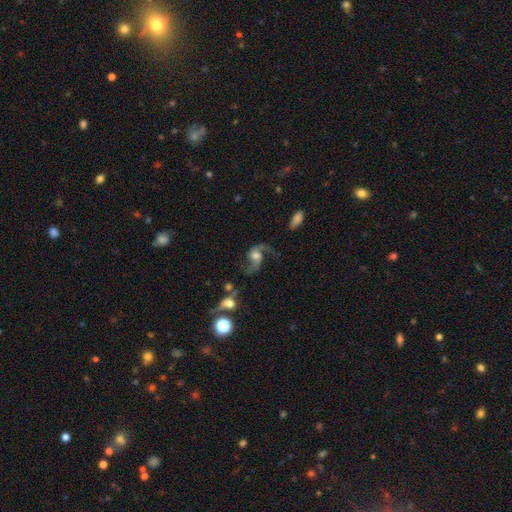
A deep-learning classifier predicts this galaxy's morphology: smooth_or_featured: featured or disk (p=0.82) [alt: smooth p=0.10]
disk_edge_on: no (p=0.97) [alt: yes p=0.03]
bar: no (p=0.60) [alt: weak p=0.32]
has_spiral_arms: yes (p=0.94) [alt: no p=0.06]
spiral_winding: loose (p=0.77) [alt: medium p=0.19]
spiral_arm_count: 2 (p=0.89) [alt: 1 p=0.05]
bulge_size: moderate (p=0.45) [alt: large p=0.30]
merging: none (p=0.54) [alt: major disturbance p=0.23]